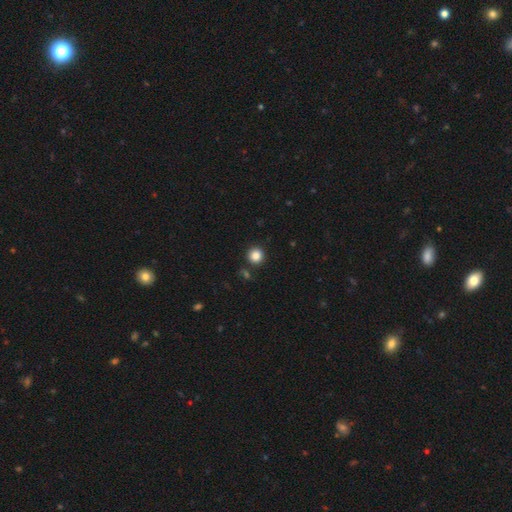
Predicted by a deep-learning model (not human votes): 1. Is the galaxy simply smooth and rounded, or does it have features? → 86% smooth, 11% star or artifact, 3% featured or disk.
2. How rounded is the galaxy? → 94% round, 5% in between, 1% cigar-shaped.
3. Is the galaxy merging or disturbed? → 88% none, 6% minor disturbance, 4% merger, 2% major disturbance.